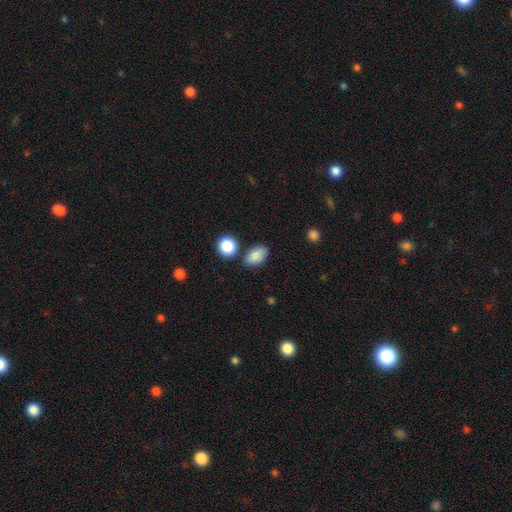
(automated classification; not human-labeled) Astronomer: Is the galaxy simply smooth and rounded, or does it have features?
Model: smooth — 87%.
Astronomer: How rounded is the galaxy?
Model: in between — 89%.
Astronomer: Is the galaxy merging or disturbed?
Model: none — 78%.